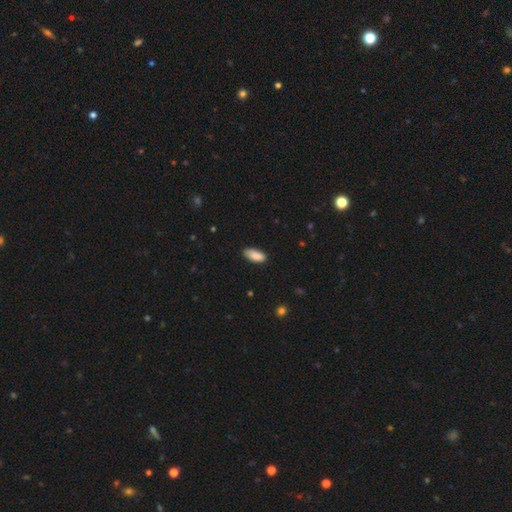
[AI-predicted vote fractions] The model was most divided on "merging": none: 82%, minor disturbance: 15%, major disturbance: 2%, merger: 1%. More confident: smooth or featured — smooth (89%); how rounded — in between (88%).